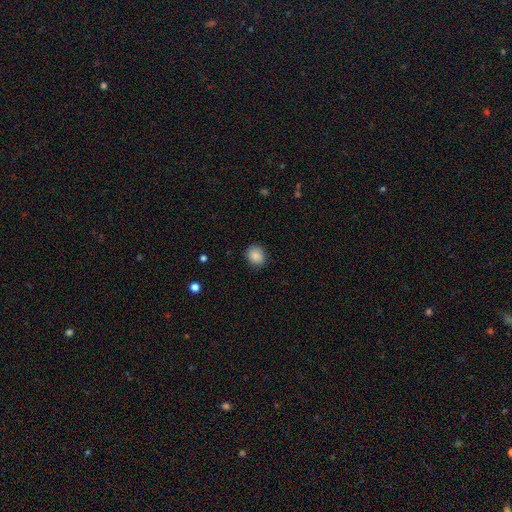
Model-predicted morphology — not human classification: Smooth or featured? Predicted: smooth (p=0.88). How rounded? Predicted: round (p=0.70). Merging? Predicted: none (p=0.88).